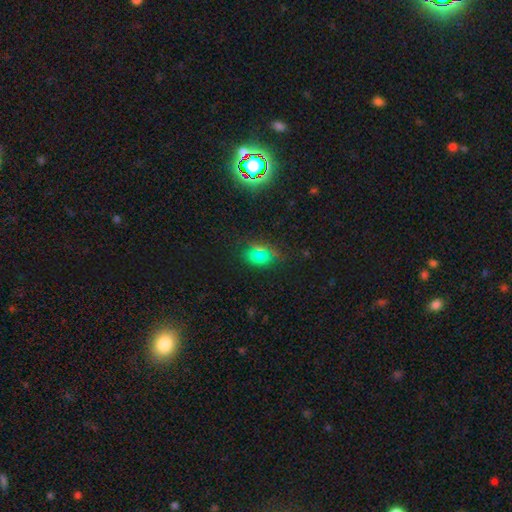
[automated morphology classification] type=smooth (46%); merging=none (52%).